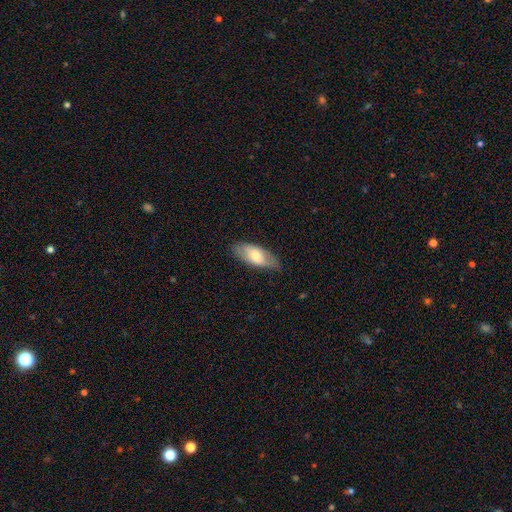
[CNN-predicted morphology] This appears to be a smooth galaxy with no disk features (66%) that is in between round and cigar-shaped (83%). Merging: none (79%).